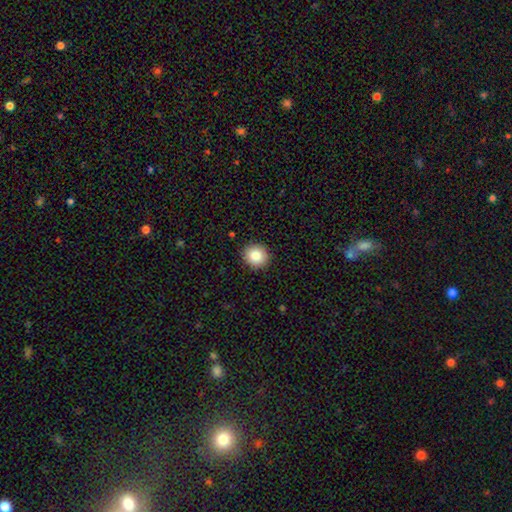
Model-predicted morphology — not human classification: smooth 84%, star or artifact 9%, featured or disk 7%. Down the decision tree: how rounded — round (86%); merging — none (91%).